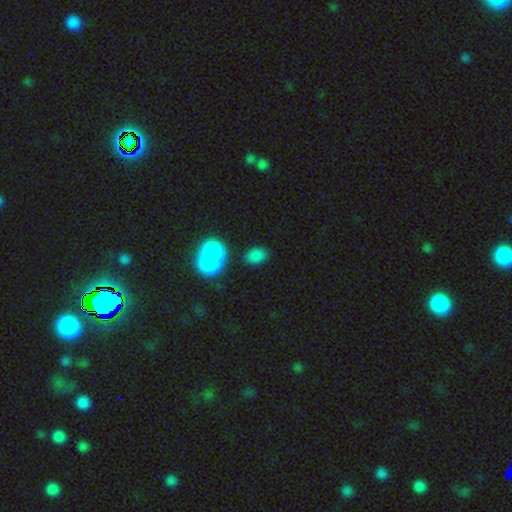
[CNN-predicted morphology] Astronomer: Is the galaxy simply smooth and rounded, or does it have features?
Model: smooth — 79%.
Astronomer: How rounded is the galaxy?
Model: in between — 70%.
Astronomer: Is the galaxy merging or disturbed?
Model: none — 52% (runner-up: merger, 33%).